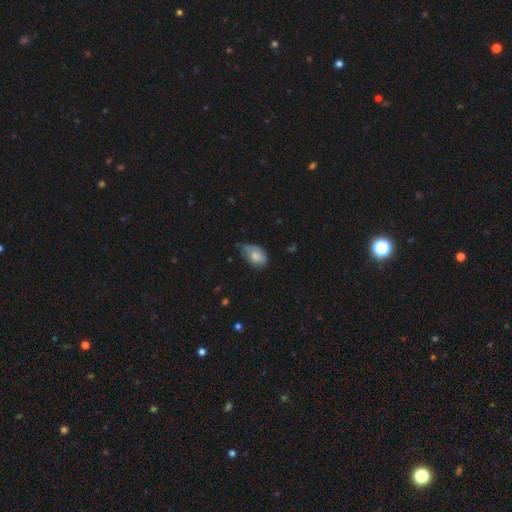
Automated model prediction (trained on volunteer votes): Smooth or featured?
  - smooth: 78% *
  - featured or disk: 15%
  - star or artifact: 7%
How rounded?
  - in between: 86% *
  - round: 12%
  - cigar-shaped: 1%
Merging?
  - minor disturbance: 46% *
  - none: 41%
  - major disturbance: 12%
  - merger: 2%